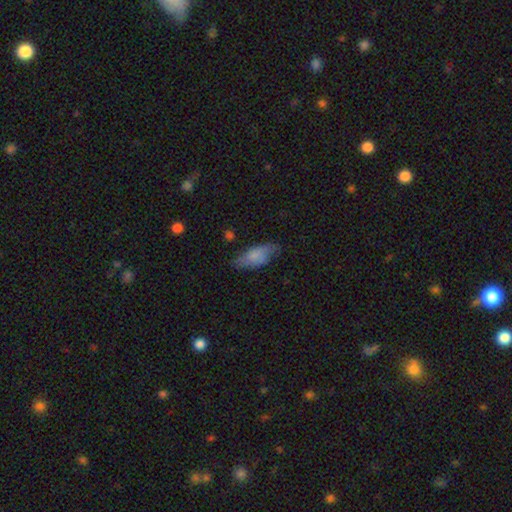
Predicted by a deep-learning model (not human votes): Smooth or featured: smooth — 74% (featured or disk — 19%)
How rounded: in between — 84% (cigar-shaped — 14%)
Merging: none — 62% (minor disturbance — 28%)